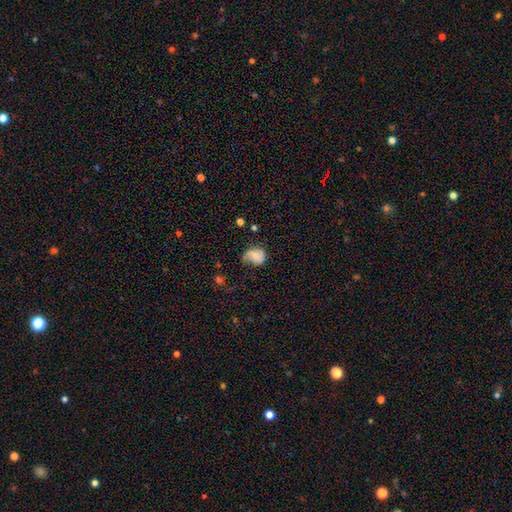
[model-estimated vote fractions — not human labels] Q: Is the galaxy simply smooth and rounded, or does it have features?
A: smooth — 55%.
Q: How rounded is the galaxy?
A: in between — 52%.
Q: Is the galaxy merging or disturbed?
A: none — 37%.